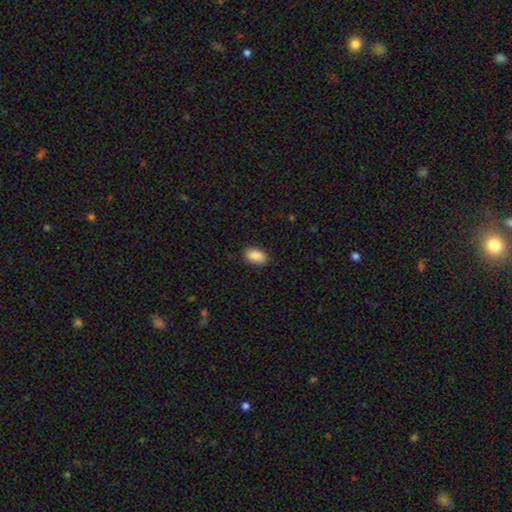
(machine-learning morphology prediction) Smooth or featured?
  - smooth: 90% *
  - star or artifact: 7%
  - featured or disk: 3%
How rounded?
  - in between: 92% *
  - round: 6%
  - cigar-shaped: 2%
Merging?
  - none: 87% *
  - minor disturbance: 10%
  - major disturbance: 2%
  - merger: 1%